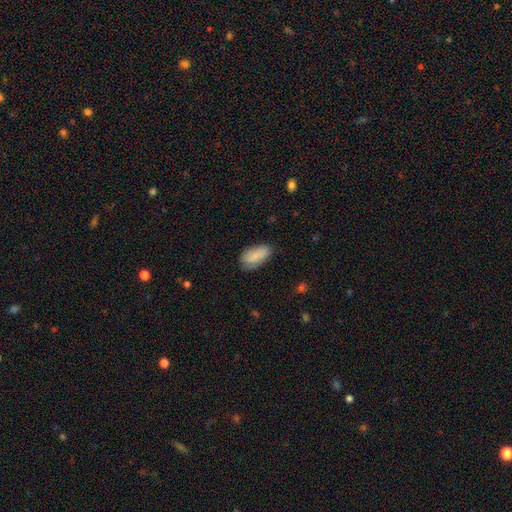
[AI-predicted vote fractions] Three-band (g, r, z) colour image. It shows a smooth galaxy with no disk features (85%) that is in between round and cigar-shaped (91%). Merging: none (66%).